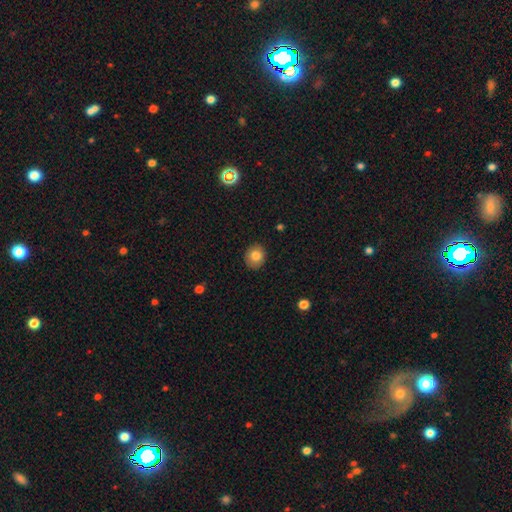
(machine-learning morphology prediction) The model was most divided on "how rounded": round: 72%, in between: 27%, cigar-shaped: 1%. More confident: merging — none (88%); smooth or featured — smooth (81%).